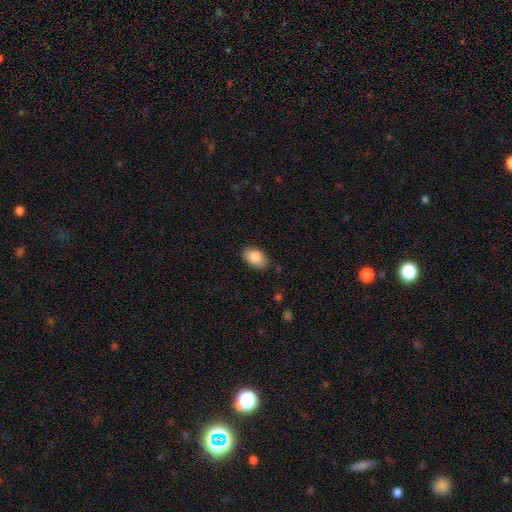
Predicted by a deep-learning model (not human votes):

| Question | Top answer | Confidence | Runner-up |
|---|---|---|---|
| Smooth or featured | smooth | 86% | featured or disk (7%) |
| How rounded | in between | 90% | round (9%) |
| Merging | none | 84% | minor disturbance (12%) |